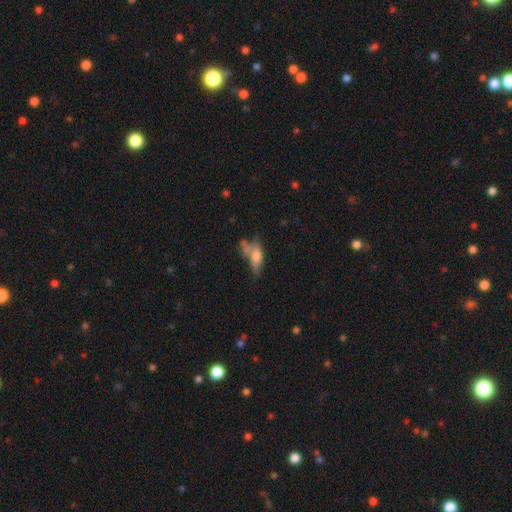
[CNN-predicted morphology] Smooth or featured? Predicted: smooth (p=0.59). How rounded? Predicted: in between (p=0.67). Merging? Predicted: none (p=0.31).